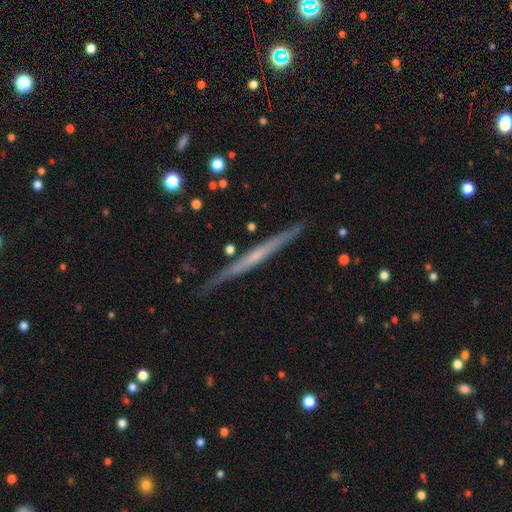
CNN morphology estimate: Smooth or featured? featured or disk (65%)
Edge-on disk? yes (97%)
Edge-on bulge? none (76%)
Merging? none (86%)